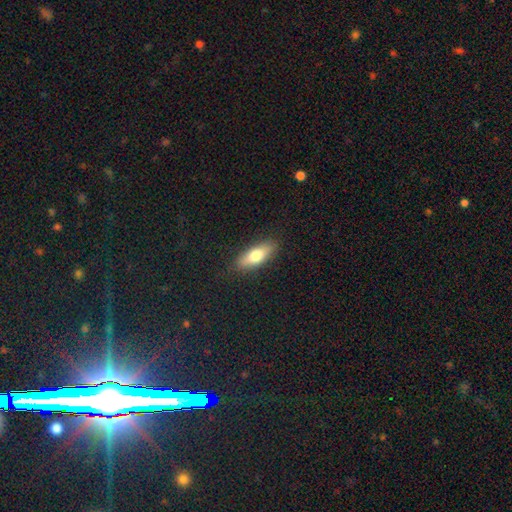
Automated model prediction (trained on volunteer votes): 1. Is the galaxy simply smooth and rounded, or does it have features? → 73% smooth, 20% featured or disk, 6% star or artifact.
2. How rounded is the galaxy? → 67% in between, 30% cigar-shaped, 3% round.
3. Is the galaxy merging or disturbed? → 87% none, 10% minor disturbance, 2% major disturbance, 1% merger.